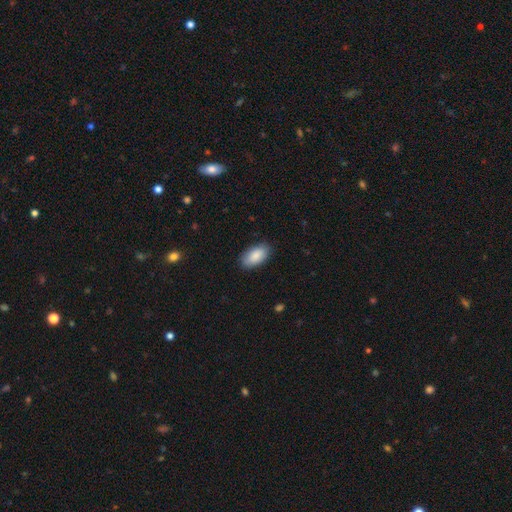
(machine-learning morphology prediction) Overall: smooth (88%). How rounded: in between (95%). Merging: none (85%).